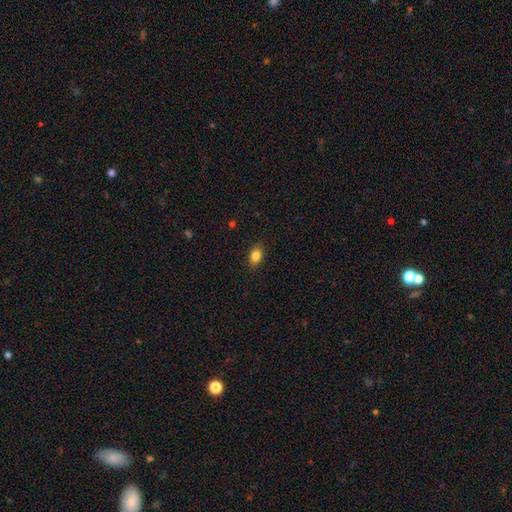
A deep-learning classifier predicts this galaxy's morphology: A smooth galaxy with no disk features (85%) that is in between round and cigar-shaped (78%). Merging: none (88%).